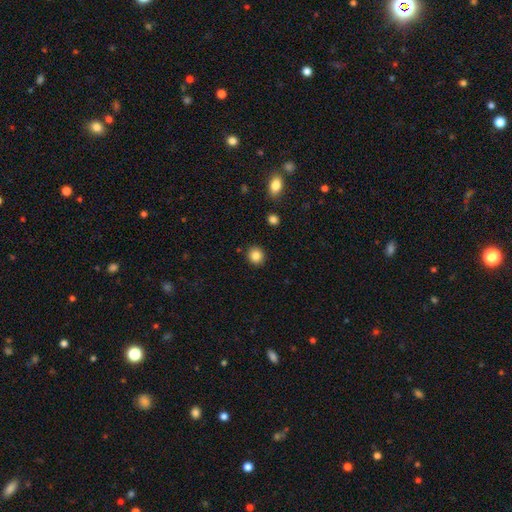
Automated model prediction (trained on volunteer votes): smooth_or_featured: smooth (p=0.86) [alt: star or artifact p=0.10]
how_rounded: round (p=0.88) [alt: in between p=0.11]
merging: none (p=0.91) [alt: minor disturbance p=0.06]